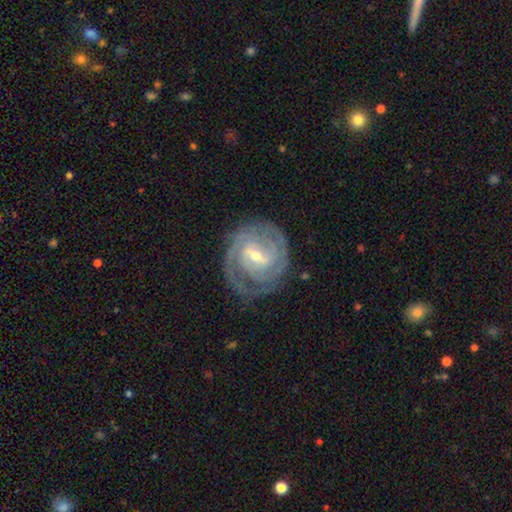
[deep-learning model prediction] A featured or disk galaxy (89%) with a weak bar (54%), 2 (37%) tight (73%) spiral arms (97%) and a small central bulge (50%).

Vote fractions:
- Smooth or featured? featured or disk: 89% / smooth: 6% / star or artifact: 5%
- Edge-on disk? no: 97% / yes: 3%
- Bar? weak: 54% / strong: 30% / no: 16%
- Spiral arms? yes: 97% / no: 3%
- Spiral winding? tight: 73% / medium: 23% / loose: 4%
- Spiral arm count? 2: 37% / 3: 22% / can't tell: 22% / 4: 9% / 1: 5% / more than 4: 5%
- Bulge size? small: 50% / moderate: 47% / large: 2% / none: 1% / dominant: 1%
- Merging? none: 75% / minor disturbance: 16% / major disturbance: 7% / merger: 1%